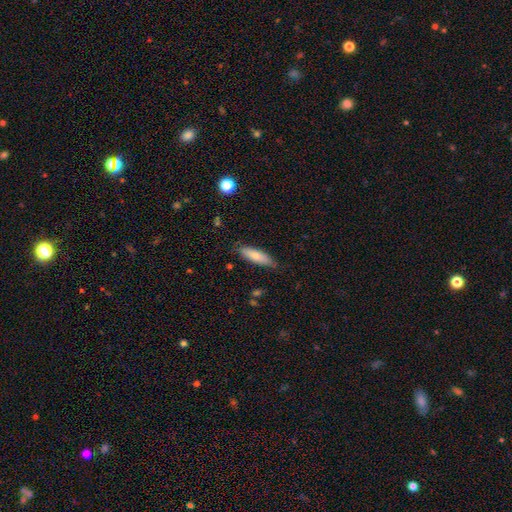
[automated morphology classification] Q: Smooth or featured?
A: smooth (81%); runner-up: featured or disk (13%)
Q: How rounded?
A: cigar-shaped (55%); runner-up: in between (43%)
Q: Merging?
A: none (81%); runner-up: minor disturbance (15%)